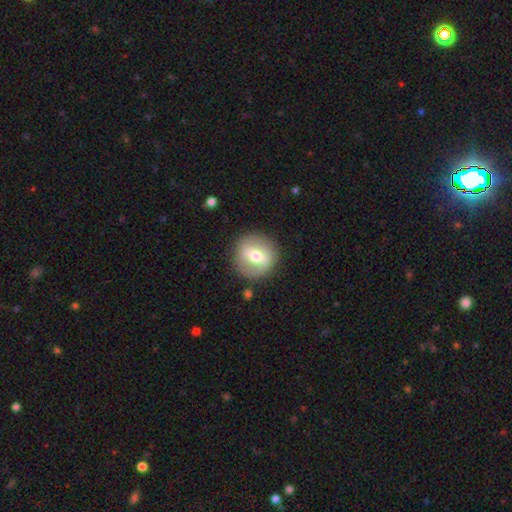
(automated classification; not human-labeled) Q: Smooth or featured?
A: featured or disk (47%); runner-up: smooth (46%)
Q: Merging?
A: none (85%); runner-up: minor disturbance (9%)